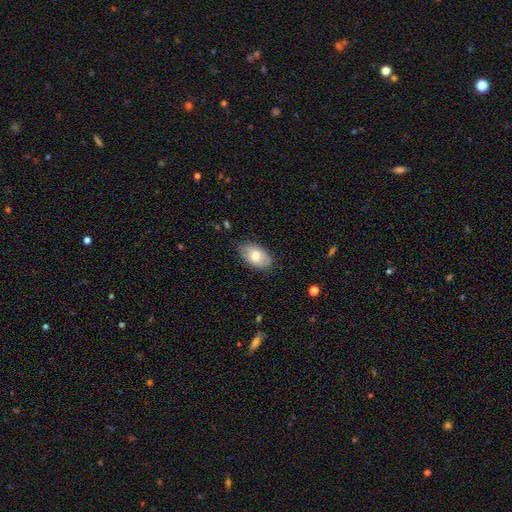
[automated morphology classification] Q: Smooth or featured?
A: smooth (75%); runner-up: featured or disk (18%)
Q: How rounded?
A: in between (93%); runner-up: round (5%)
Q: Merging?
A: none (83%); runner-up: minor disturbance (13%)